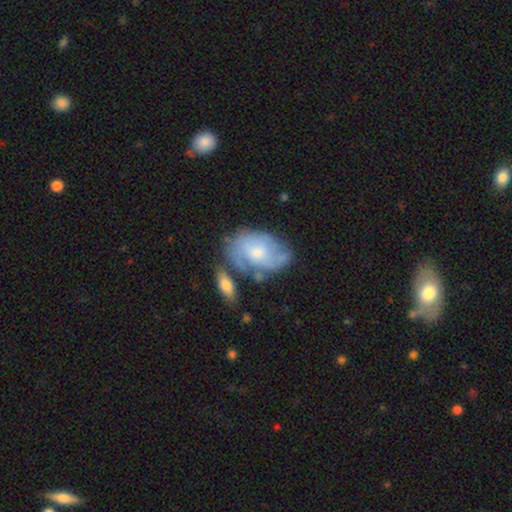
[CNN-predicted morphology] featured or disk 62%, smooth 32%, star or artifact 6%. Down the decision tree: edge-on disk — no (95%); bar — no (68%); spiral arms — yes (77%); bulge size — small (54%); merging — none (51%).